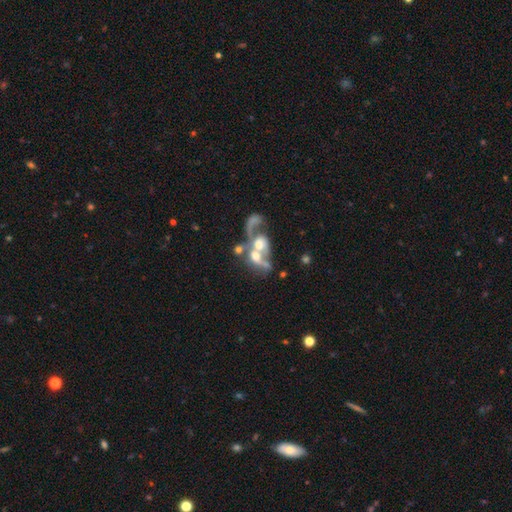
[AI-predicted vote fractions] Morphology: type=featured or disk (56%); edge-on=no (95%); bar=no (80%); spiral arms=no (64%); bulge=moderate (43%); merging=merger (68%).